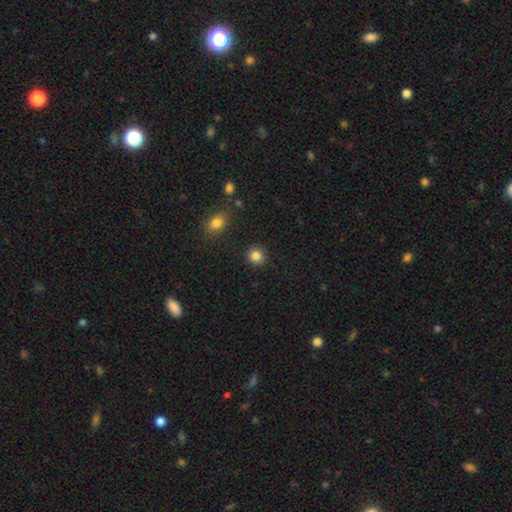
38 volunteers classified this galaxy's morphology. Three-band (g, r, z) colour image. It shows a smooth galaxy with no disk features (92%) that is round (89%). Merging: none (89%).